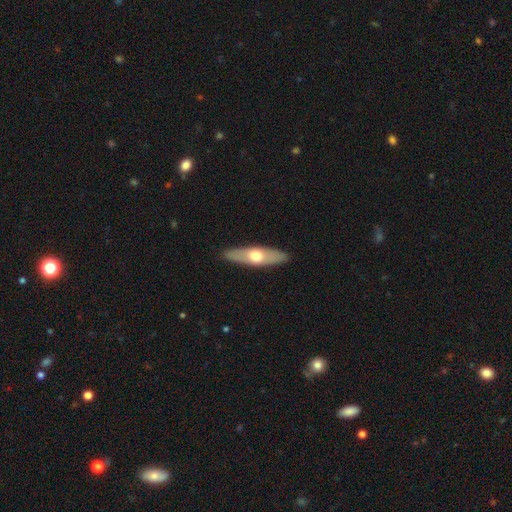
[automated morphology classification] The model was most divided on "smooth or featured": smooth: 50%, featured or disk: 45%, star or artifact: 5%. More confident: merging — none (90%).